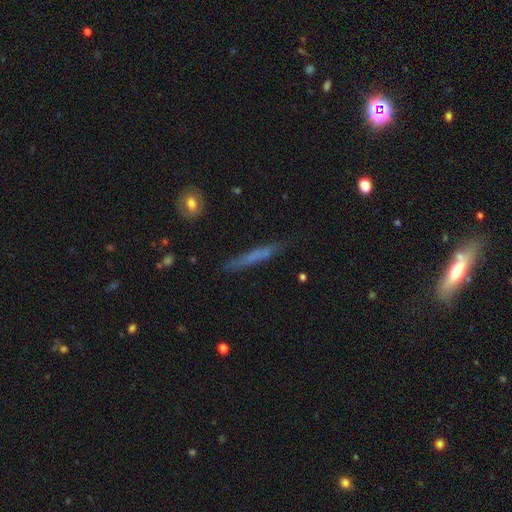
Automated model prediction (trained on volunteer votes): This appears to be a smooth galaxy with no disk features (57%) that is cigar-shaped (95%). Merging: none (79%).